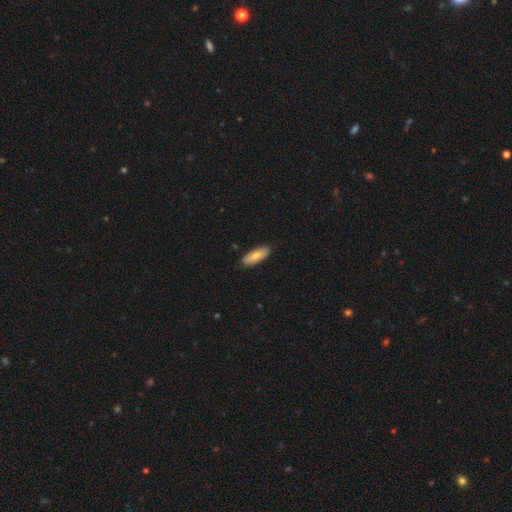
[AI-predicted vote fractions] Morphology: type=smooth (77%); roundness=in between (64%); merging=none (87%).